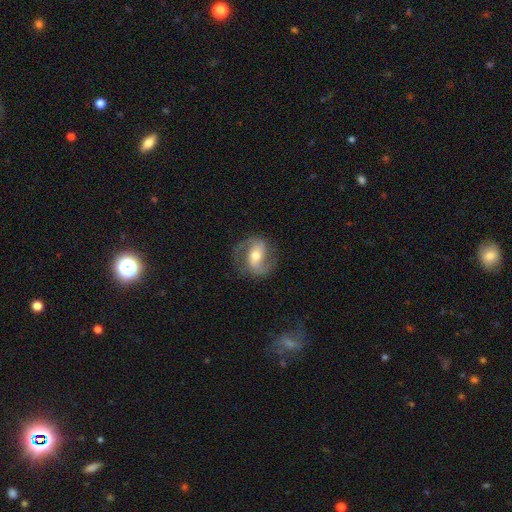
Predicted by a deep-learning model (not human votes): Overall: featured or disk (80%). Edge-on disk: no (97%). Bar: weak (39%; strong 31%). Spiral arms: yes (93%). Spiral arm count: 2 (89%). Spiral winding: medium (52%; loose 28%). Bulge size: moderate (67%). Merging: none (77%).